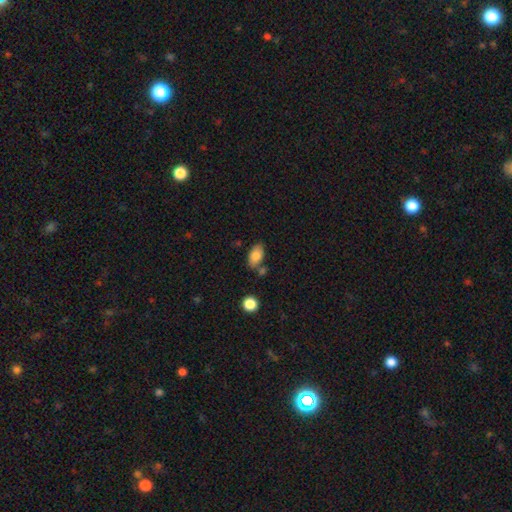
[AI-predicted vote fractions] smooth 82%, featured or disk 10%, star or artifact 8%. Down the decision tree: how rounded — in between (91%); merging — none (67%).